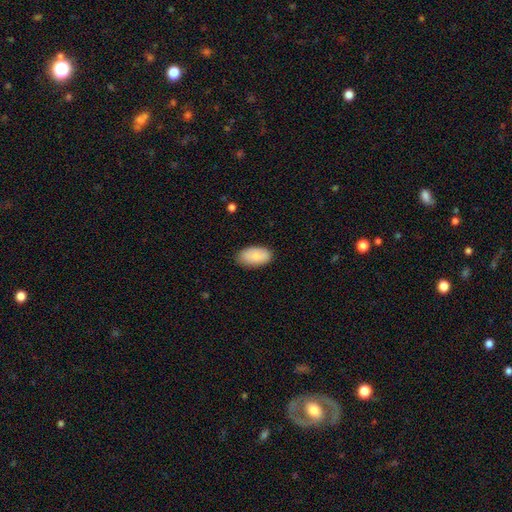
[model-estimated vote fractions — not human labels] smooth_or_featured: smooth (p=0.85) [alt: featured or disk p=0.09]
how_rounded: in between (p=0.95) [alt: round p=0.03]
merging: none (p=0.84) [alt: minor disturbance p=0.13]